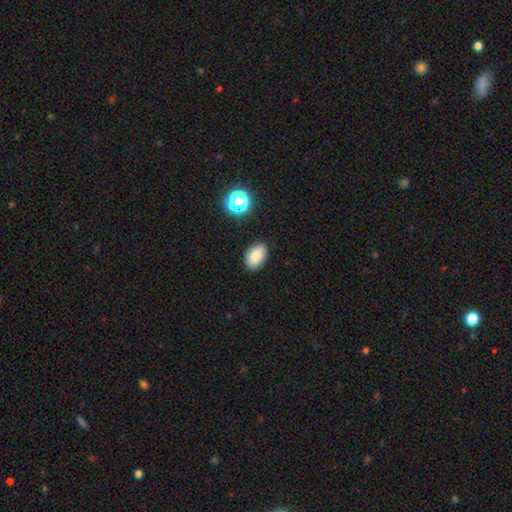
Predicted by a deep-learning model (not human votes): Smooth or featured?
  - smooth: 82% *
  - star or artifact: 10%
  - featured or disk: 8%
How rounded?
  - in between: 87% *
  - round: 12%
  - cigar-shaped: 1%
Merging?
  - none: 84% *
  - minor disturbance: 12%
  - major disturbance: 3%
  - merger: 2%